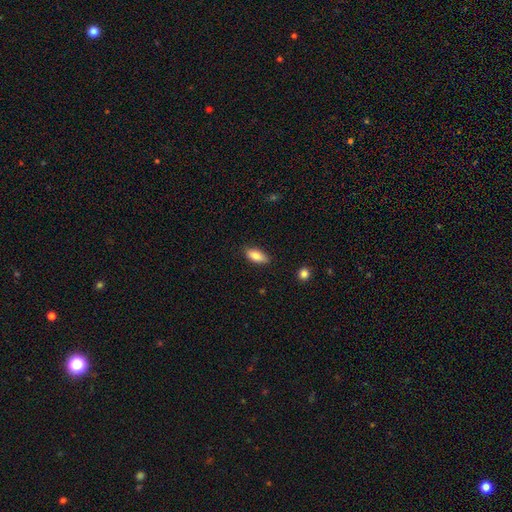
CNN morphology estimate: Q: Smooth or featured?
A: smooth (82%); runner-up: featured or disk (11%)
Q: How rounded?
A: in between (83%); runner-up: cigar-shaped (14%)
Q: Merging?
A: none (83%); runner-up: minor disturbance (13%)